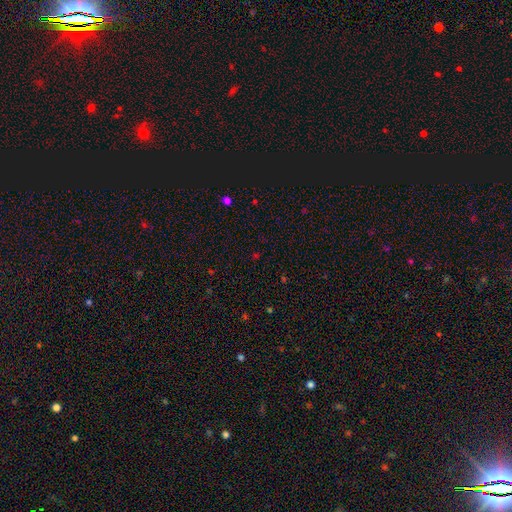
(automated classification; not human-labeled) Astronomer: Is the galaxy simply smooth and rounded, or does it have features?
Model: star or artifact — 60%.